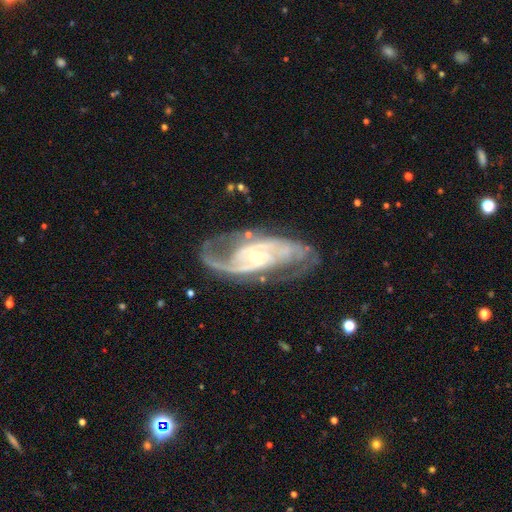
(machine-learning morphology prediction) Smooth or featured?
  - featured or disk: 91% *
  - star or artifact: 5%
  - smooth: 4%
Edge-on disk?
  - no: 95% *
  - yes: 5%
Bar?
  - no: 50% *
  - weak: 33%
  - strong: 18%
Spiral arms?
  - yes: 98% *
  - no: 2%
Spiral winding?
  - medium: 49% *
  - tight: 35%
  - loose: 16%
Spiral arm count?
  - 2: 74% *
  - 3: 9%
  - can't tell: 8%
  - 1: 3%
  - 4: 3%
  - more than 4: 3%
Bulge size?
  - small: 62% *
  - moderate: 34%
  - large: 2%
  - none: 1%
  - dominant: 1%
Merging?
  - none: 70% *
  - minor disturbance: 17%
  - major disturbance: 10%
  - merger: 2%